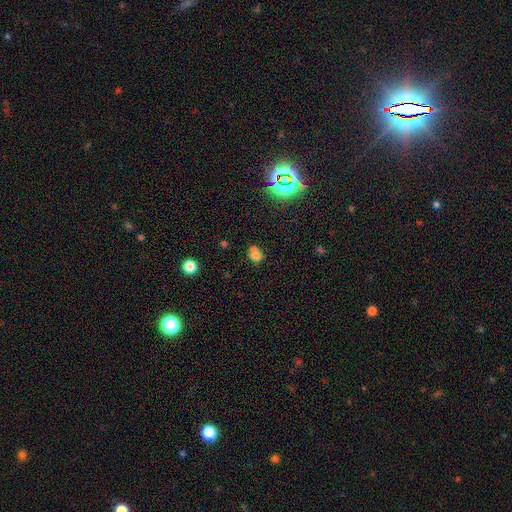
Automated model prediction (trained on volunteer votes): Q: Smooth or featured?
A: smooth (69%); runner-up: star or artifact (18%)
Q: How rounded?
A: round (56%); runner-up: in between (43%)
Q: Merging?
A: none (40%); runner-up: merger (36%)